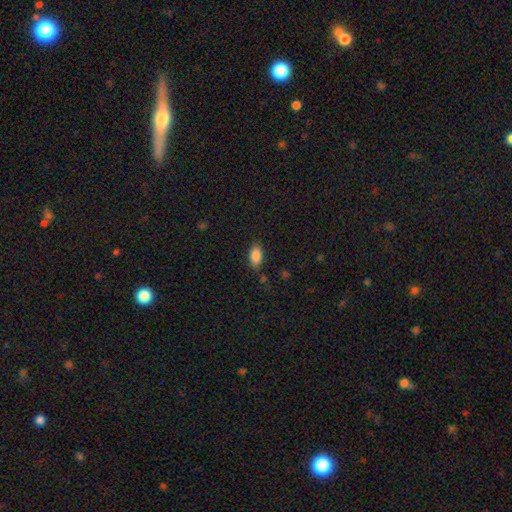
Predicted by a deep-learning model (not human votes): A smooth galaxy with no disk features (87%) that is in between round and cigar-shaped (91%).

Vote fractions:
- Smooth or featured? smooth: 87% / star or artifact: 8% / featured or disk: 5%
- How rounded? in between: 91% / cigar-shaped: 5% / round: 4%
- Merging? none: 82% / minor disturbance: 13% / major disturbance: 3% / merger: 2%